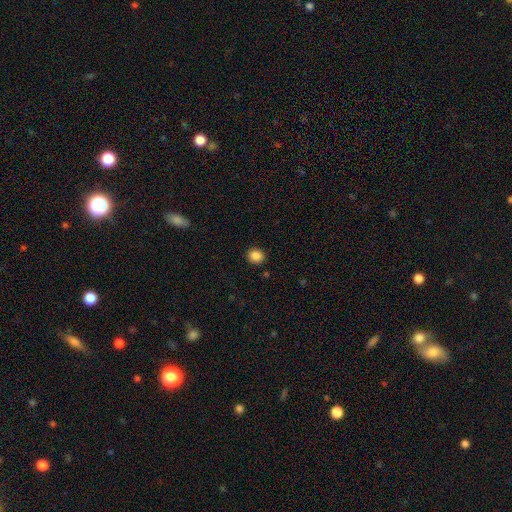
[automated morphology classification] Overall: smooth (87%). How rounded: round (75%). Merging: none (90%).